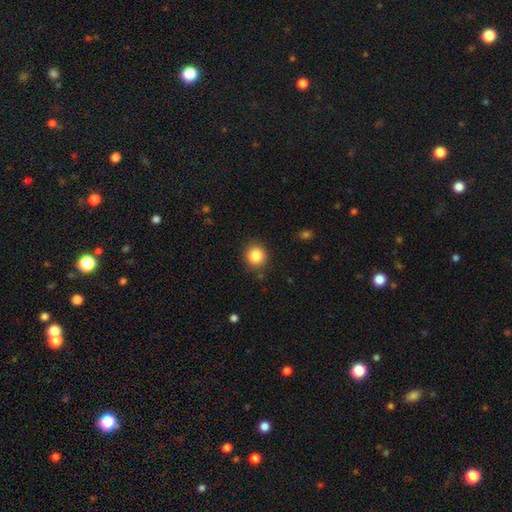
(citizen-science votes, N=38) This appears to be a smooth galaxy with no disk features (89%) that is round (88%). Merging: none (89%).